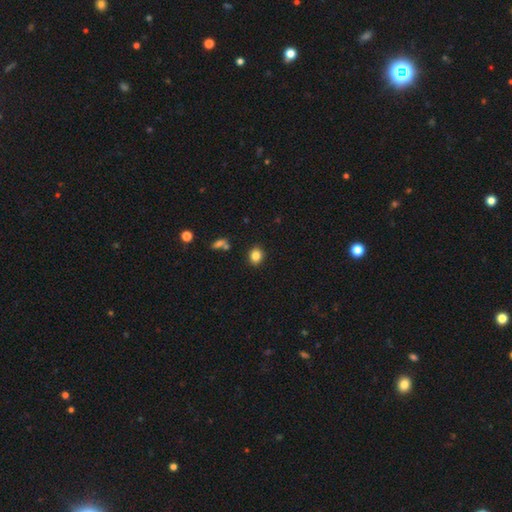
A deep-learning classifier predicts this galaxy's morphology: This appears to be a smooth galaxy with no disk features (83%) that is round (61%). Merging: none (87%).